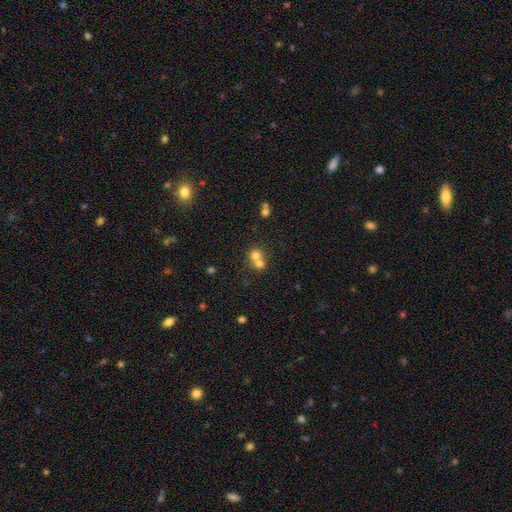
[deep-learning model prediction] Smooth or featured: smooth — 70% (featured or disk — 16%)
How rounded: round — 83% (in between — 16%)
Merging: merger — 61% (none — 32%)